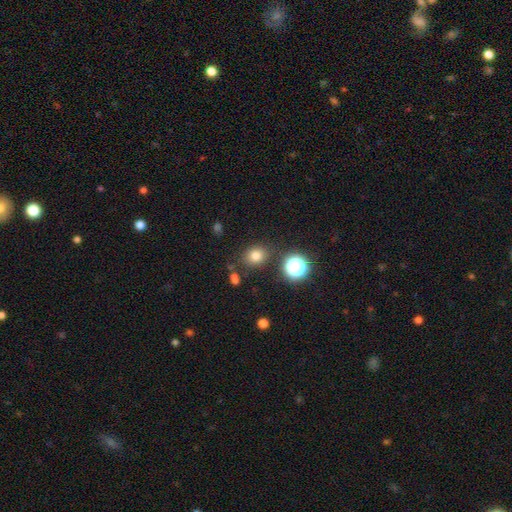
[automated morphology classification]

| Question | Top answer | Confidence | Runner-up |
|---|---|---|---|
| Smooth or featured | smooth | 78% | star or artifact (16%) |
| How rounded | round | 66% | in between (33%) |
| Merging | none | 81% | minor disturbance (10%) |